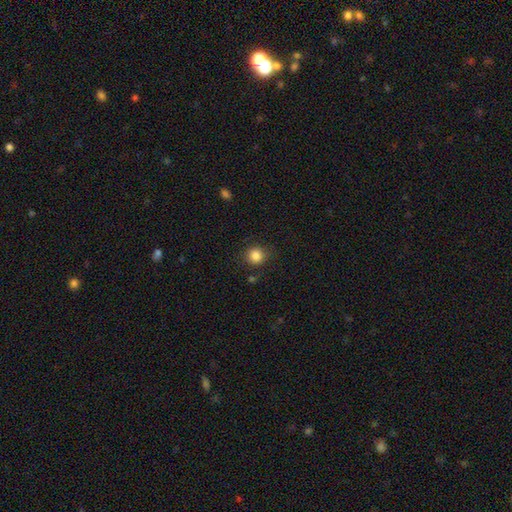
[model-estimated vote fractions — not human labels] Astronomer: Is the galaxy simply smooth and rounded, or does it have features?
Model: smooth — 85%.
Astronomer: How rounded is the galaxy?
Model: round — 90%.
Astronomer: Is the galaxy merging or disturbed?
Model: none — 84%.